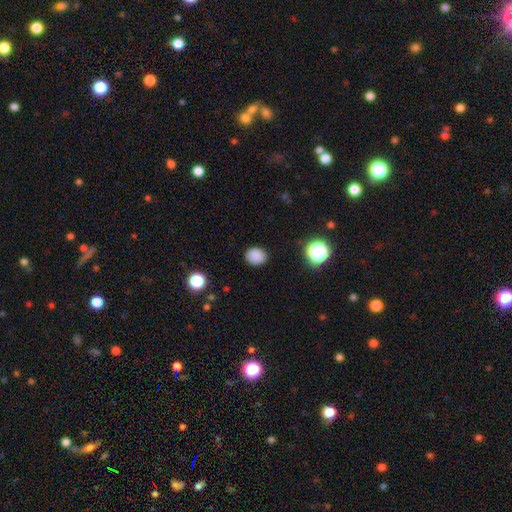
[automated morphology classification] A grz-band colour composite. It shows a smooth galaxy with no disk features (85%) that is round (61%). Merging: none (86%).